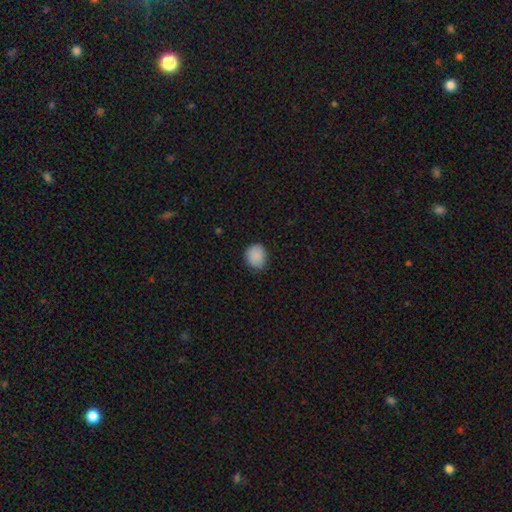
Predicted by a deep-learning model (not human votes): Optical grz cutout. It shows a smooth galaxy with no disk features (89%) that is round (70%). Merging: none (80%).